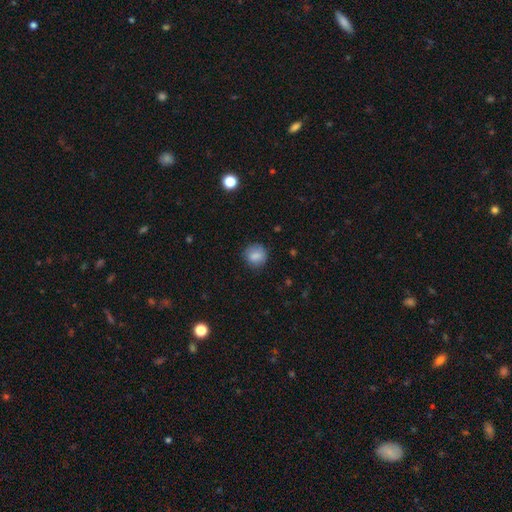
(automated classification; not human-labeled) Smooth or featured: smooth — 83% (star or artifact — 9%)
How rounded: round — 85% (in between — 14%)
Merging: none — 79% (minor disturbance — 16%)